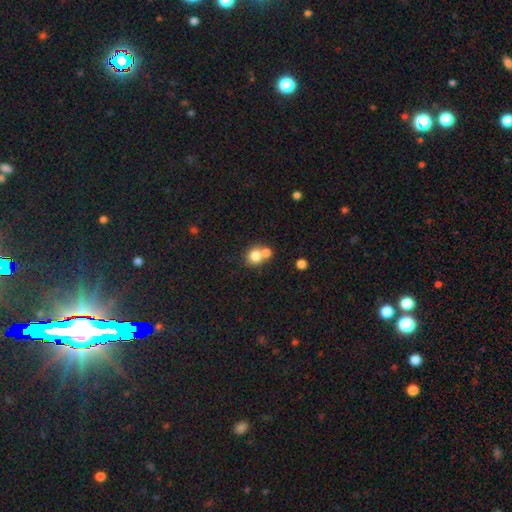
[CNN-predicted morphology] Q: Smooth or featured?
A: smooth (79%); runner-up: featured or disk (11%)
Q: How rounded?
A: round (81%); runner-up: in between (18%)
Q: Merging?
A: merger (51%); runner-up: none (40%)